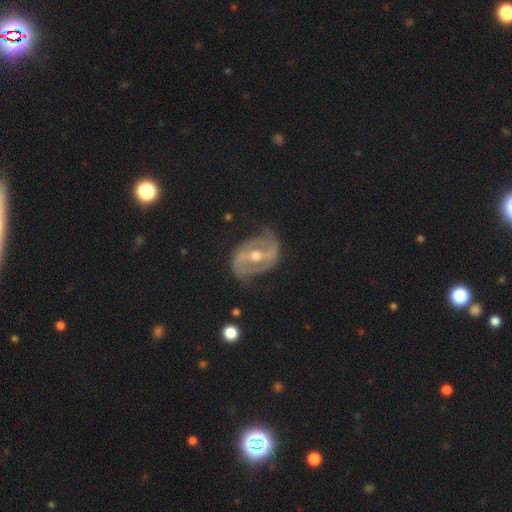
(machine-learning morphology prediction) This appears to be a featured or disk galaxy (86%) with a strong bar (54%), 2 (84%) medium (44%) spiral arms (87%) and a moderate central bulge (68%). Merging: none (68%).